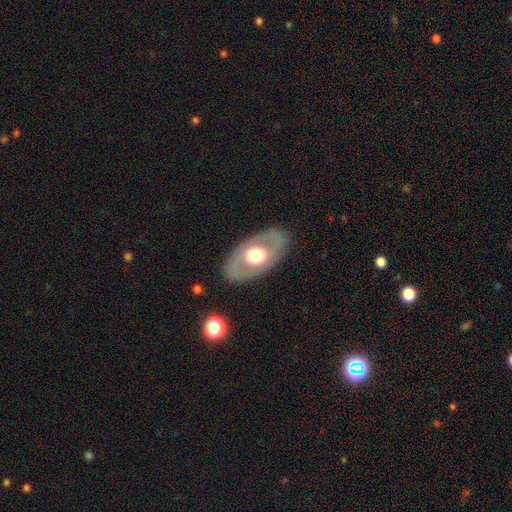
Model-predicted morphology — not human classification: Q: Smooth or featured?
A: featured or disk (55%); runner-up: smooth (40%)
Q: Edge-on disk?
A: no (88%); runner-up: yes (12%)
Q: Merging?
A: none (85%); runner-up: minor disturbance (10%)